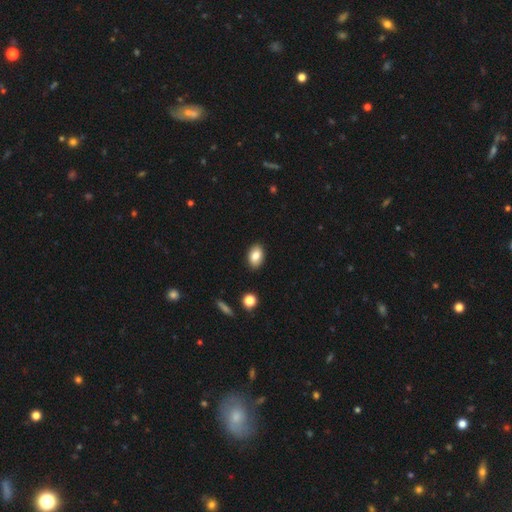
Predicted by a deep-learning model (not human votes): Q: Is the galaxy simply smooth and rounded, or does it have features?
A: smooth — 83%.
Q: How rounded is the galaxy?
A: in between — 88%.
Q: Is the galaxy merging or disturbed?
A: none — 89%.